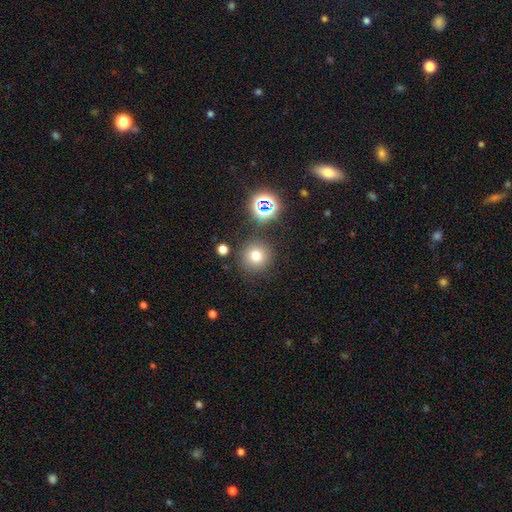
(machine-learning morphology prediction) smooth-or-featured: smooth: 71% | star or artifact: 20% | featured or disk: 9%
  how-rounded: round: 95% | in between: 4% | cigar-shaped: 1%
  merging: none: 85% | minor disturbance: 7% | merger: 5% | major disturbance: 3%